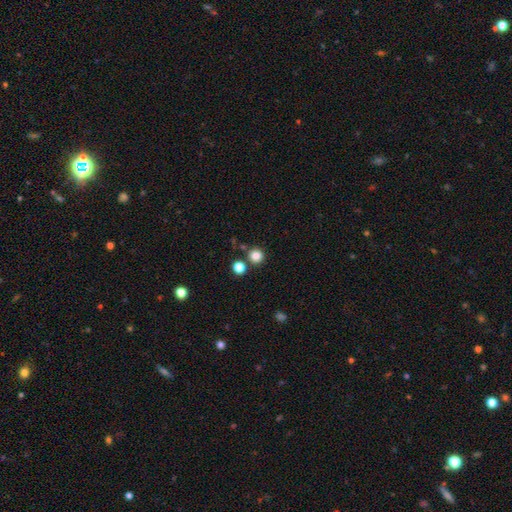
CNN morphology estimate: A smooth galaxy with no disk features (83%) that is round (93%).

Vote fractions:
- Smooth or featured? smooth: 83% / star or artifact: 13% / featured or disk: 4%
- How rounded? round: 93% / in between: 6% / cigar-shaped: 1%
- Merging? none: 81% / merger: 9% / minor disturbance: 7% / major disturbance: 3%